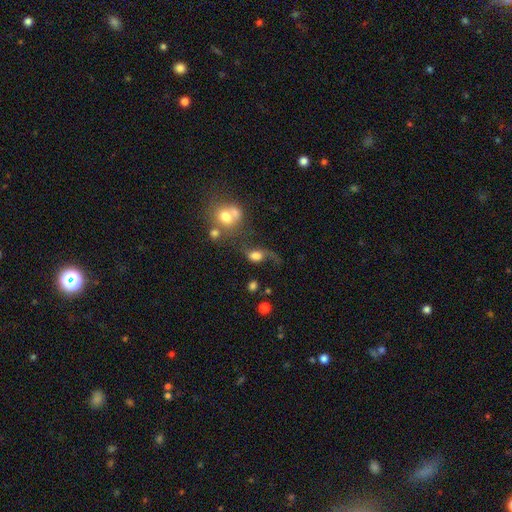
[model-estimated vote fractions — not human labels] smooth-or-featured: smooth: 57% | featured or disk: 31% | star or artifact: 12%
  how-rounded: in between: 61% | round: 36% | cigar-shaped: 3%
  merging: major disturbance: 38% | none: 29% | minor disturbance: 19% | merger: 13%